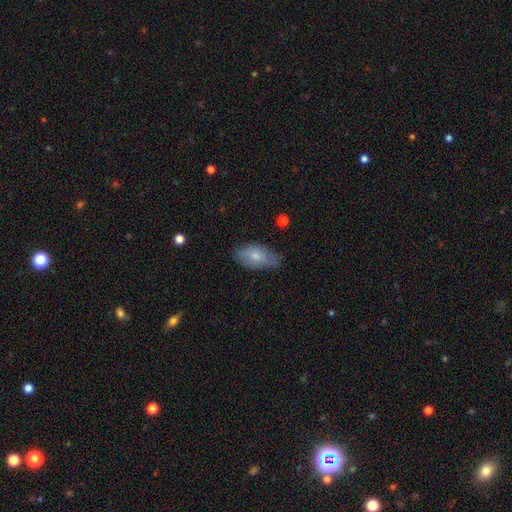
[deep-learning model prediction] Q: Smooth or featured?
A: smooth (75%); runner-up: featured or disk (18%)
Q: How rounded?
A: in between (92%); runner-up: round (5%)
Q: Merging?
A: none (63%); runner-up: minor disturbance (29%)